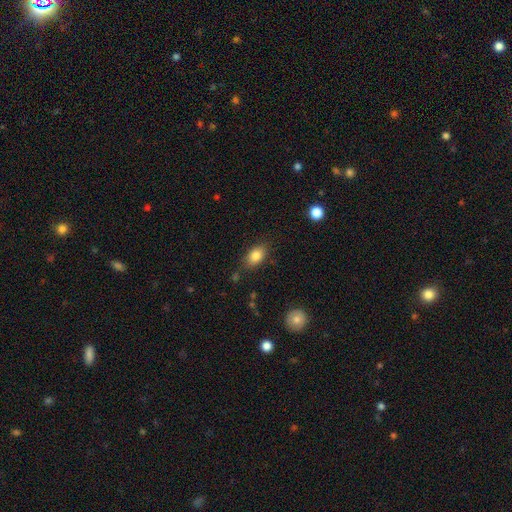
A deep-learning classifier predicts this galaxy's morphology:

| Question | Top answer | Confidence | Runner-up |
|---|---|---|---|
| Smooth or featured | smooth | 83% | star or artifact (8%) |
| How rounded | in between | 85% | round (13%) |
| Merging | none | 79% | minor disturbance (15%) |